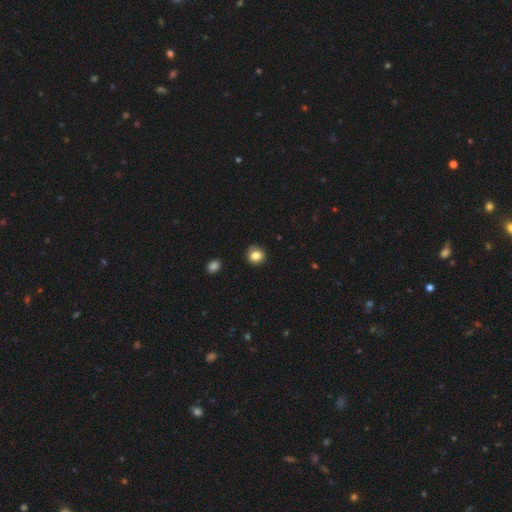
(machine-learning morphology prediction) Smooth or featured?
  - smooth: 82% *
  - star or artifact: 10%
  - featured or disk: 8%
How rounded?
  - round: 86% *
  - in between: 13%
  - cigar-shaped: 1%
Merging?
  - none: 85% *
  - minor disturbance: 11%
  - major disturbance: 2%
  - merger: 1%